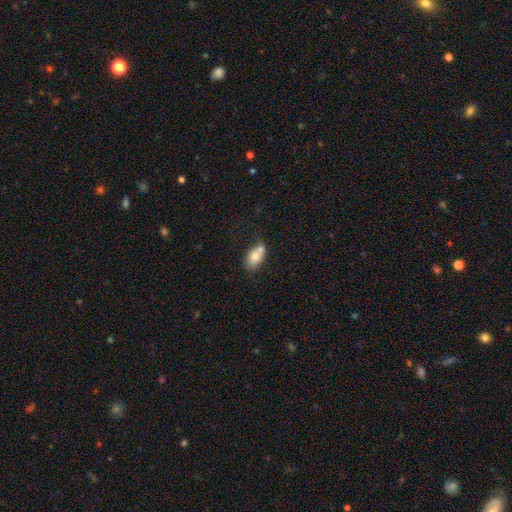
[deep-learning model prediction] smooth-or-featured: smooth: 74% | featured or disk: 18% | star or artifact: 8%
  how-rounded: in between: 83% | round: 15% | cigar-shaped: 2%
  merging: none: 40% | merger: 38% | minor disturbance: 17% | major disturbance: 5%